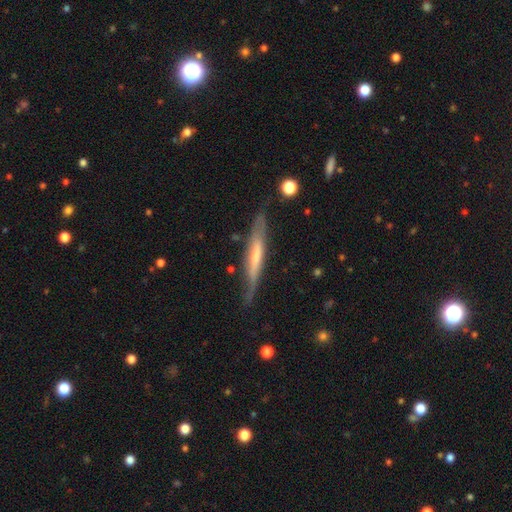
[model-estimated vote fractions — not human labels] smooth-or-featured: featured or disk: 59% | smooth: 35% | star or artifact: 6%
  disk-edge-on: yes: 87% | no: 13%
    edge-on-bulge: none: 53% | rounded: 25% | boxy: 21%
  merging: none: 72% | minor disturbance: 20% | major disturbance: 5% | merger: 2%